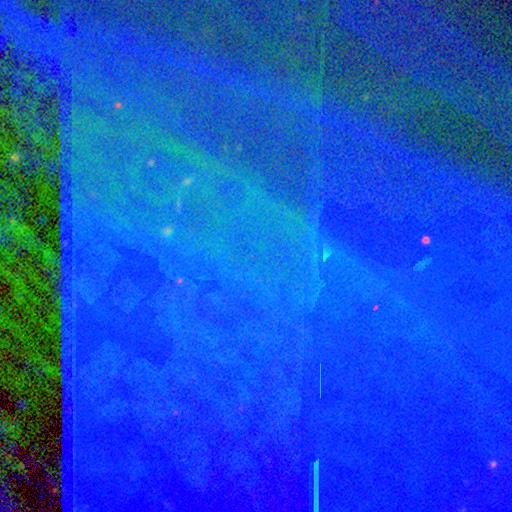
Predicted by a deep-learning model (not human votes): A star or artifact, not a galaxy (86%).